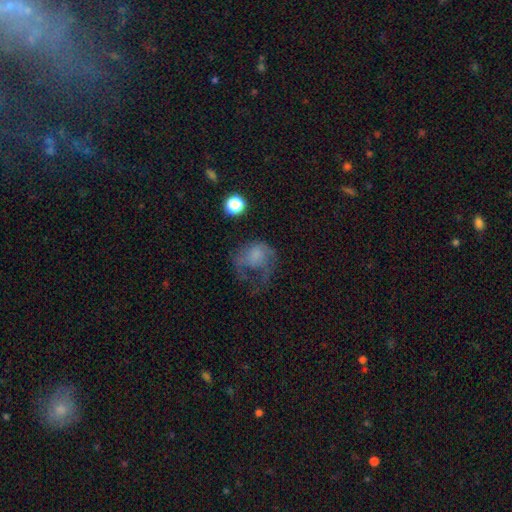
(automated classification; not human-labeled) Smooth or featured? Predicted: smooth (p=0.45). Merging? Predicted: major disturbance (p=0.53).